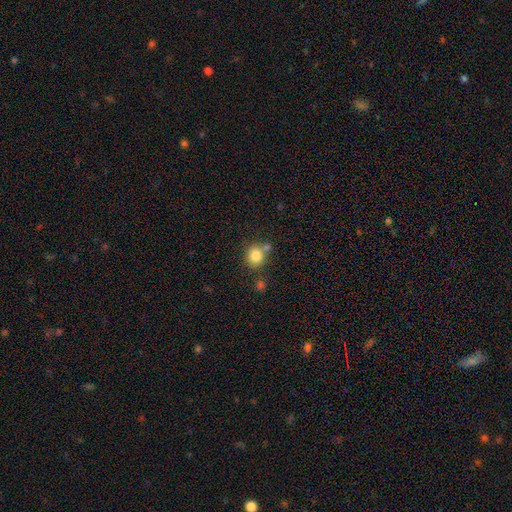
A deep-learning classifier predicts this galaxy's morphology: A smooth galaxy with no disk features (83%) that is round (80%).

Vote fractions:
- Smooth or featured? smooth: 83% / star or artifact: 10% / featured or disk: 7%
- How rounded? round: 80% / in between: 19% / cigar-shaped: 1%
- Merging? none: 63% / merger: 21% / minor disturbance: 12% / major disturbance: 4%